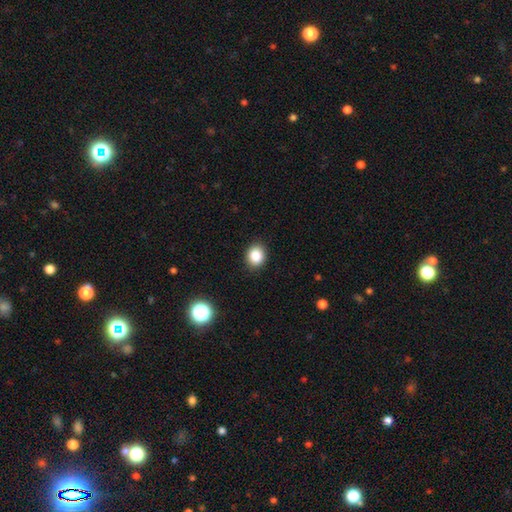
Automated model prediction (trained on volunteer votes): smooth 87%, star or artifact 10%, featured or disk 4%. Down the decision tree: how rounded — round (63%); merging — none (89%).